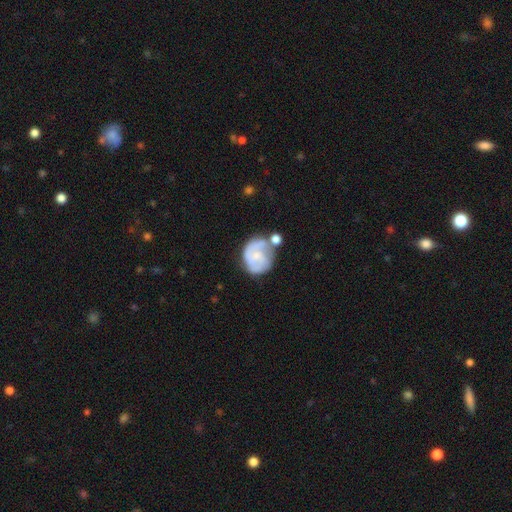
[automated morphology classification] Smooth or featured? featured or disk (62%)
Edge-on disk? no (98%)
Bar? no (69%)
Spiral arms? yes (79%)
Bulge size? small (54%)
Merging? none (41%)